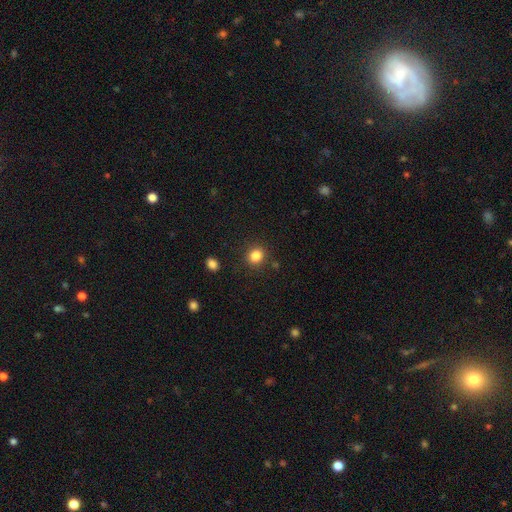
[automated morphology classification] Smooth or featured?
  - smooth: 84% *
  - star or artifact: 11%
  - featured or disk: 5%
How rounded?
  - round: 80% *
  - in between: 19%
  - cigar-shaped: 1%
Merging?
  - none: 87% *
  - minor disturbance: 8%
  - major disturbance: 3%
  - merger: 2%